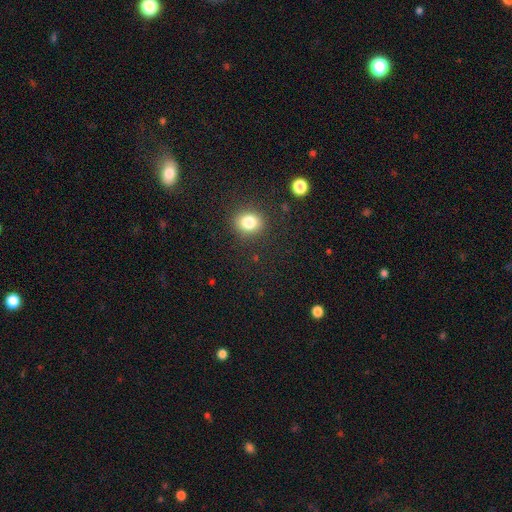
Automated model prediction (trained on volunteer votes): Q: Smooth or featured?
A: smooth (63%); runner-up: star or artifact (31%)
Q: How rounded?
A: round (82%); runner-up: in between (16%)
Q: Merging?
A: none (87%); runner-up: minor disturbance (8%)